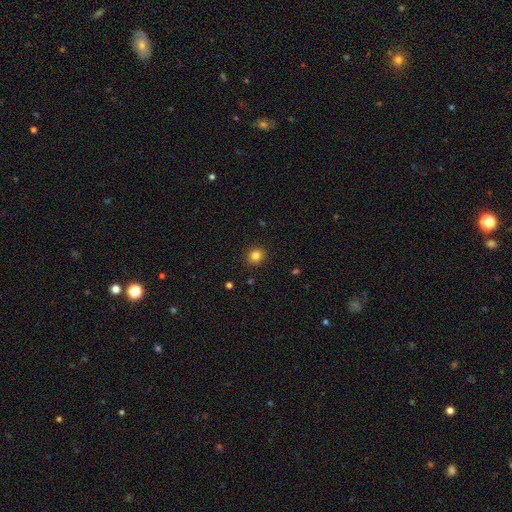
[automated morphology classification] The model was most divided on "how rounded": round: 85%, in between: 14%, cigar-shaped: 1%. More confident: merging — none (91%); smooth or featured — smooth (83%).